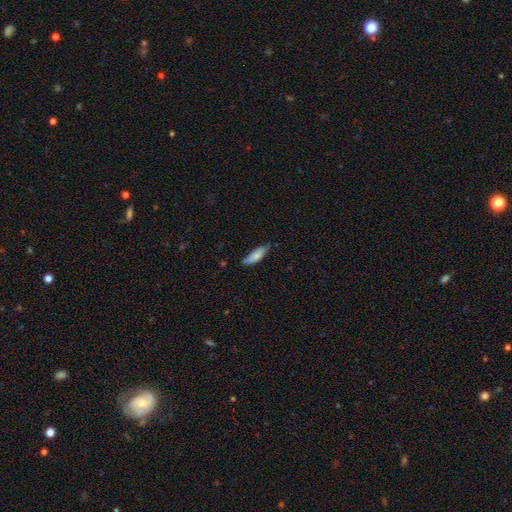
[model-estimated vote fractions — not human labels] smooth_or_featured: smooth (p=0.80) [alt: featured or disk p=0.14]
how_rounded: in between (p=0.51) [alt: cigar-shaped p=0.47]
merging: none (p=0.74) [alt: minor disturbance p=0.21]